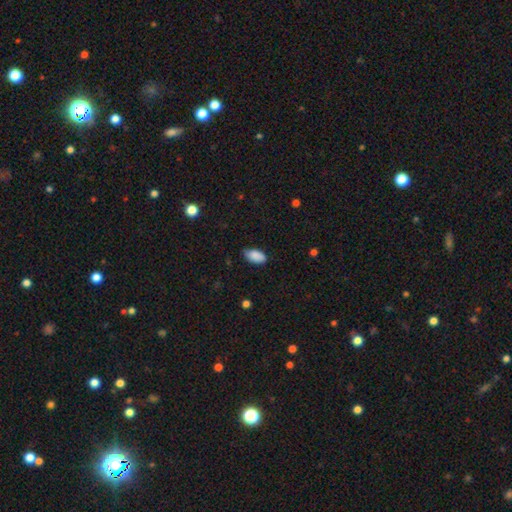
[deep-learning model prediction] A smooth galaxy with no disk features (88%) that is in between round and cigar-shaped (94%).

Vote fractions:
- Smooth or featured? smooth: 88% / star or artifact: 7% / featured or disk: 6%
- How rounded? in between: 94% / round: 3% / cigar-shaped: 3%
- Merging? none: 77% / minor disturbance: 19% / major disturbance: 3% / merger: 1%